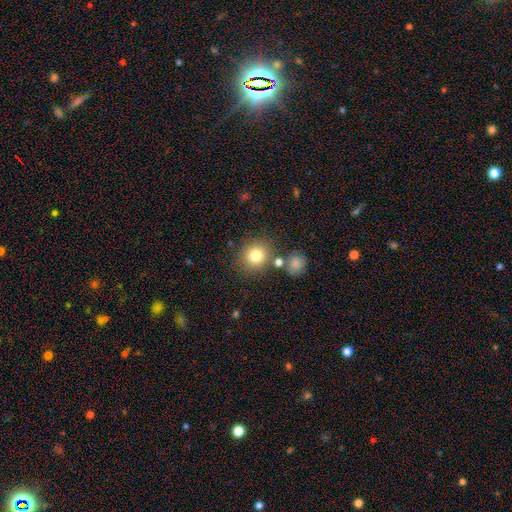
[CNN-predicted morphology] Overall: smooth (80%). How rounded: round (87%). Merging: none (77%).